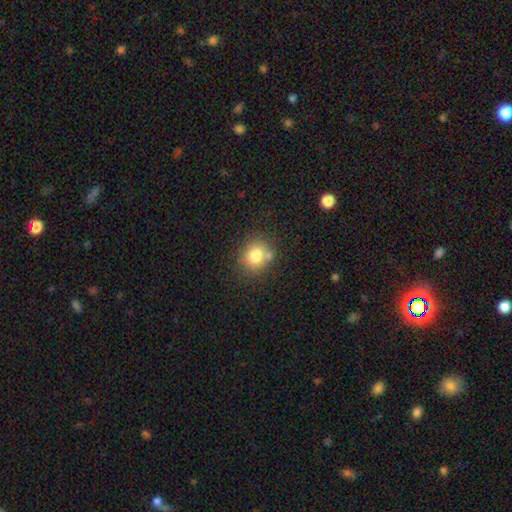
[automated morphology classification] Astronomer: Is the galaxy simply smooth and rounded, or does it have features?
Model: smooth — 79%.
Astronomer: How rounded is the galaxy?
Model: round — 74%.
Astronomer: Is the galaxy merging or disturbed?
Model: none — 68%.